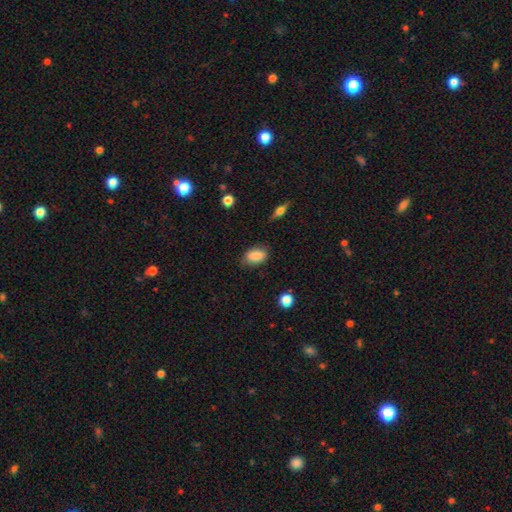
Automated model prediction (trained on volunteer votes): Smooth or featured: smooth — 86% (star or artifact — 8%)
How rounded: in between — 88% (round — 10%)
Merging: none — 73% (minor disturbance — 21%)